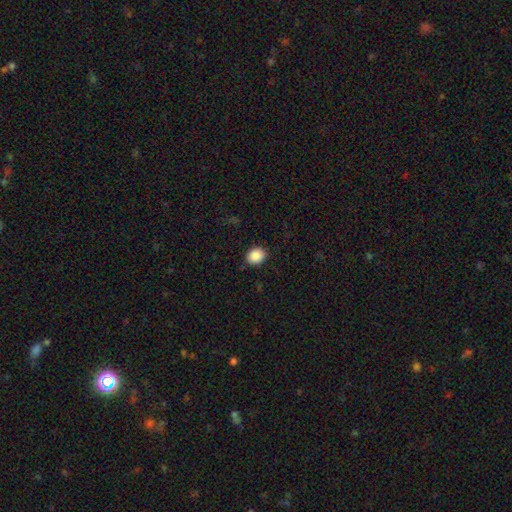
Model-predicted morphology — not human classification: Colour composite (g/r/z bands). It shows a smooth galaxy with no disk features (89%) that is round (57%). Merging: none (86%).